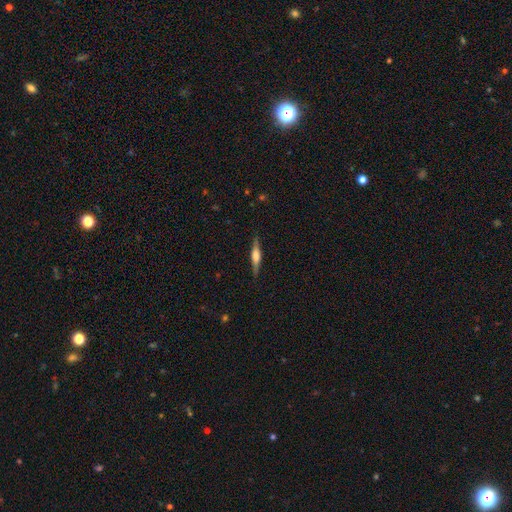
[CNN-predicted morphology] Smooth or featured: featured or disk — 70% (smooth — 24%)
Edge-on disk: yes — 98% (no — 2%)
Edge-on bulge: rounded — 72% (boxy — 24%)
Merging: none — 88% (minor disturbance — 9%)